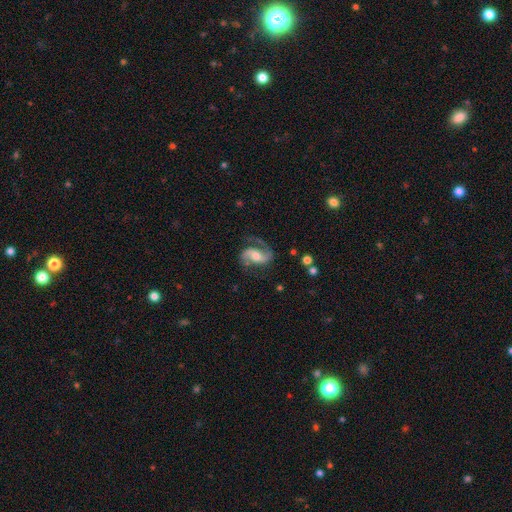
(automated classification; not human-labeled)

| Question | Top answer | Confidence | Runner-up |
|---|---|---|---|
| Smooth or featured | featured or disk | 85% | smooth (9%) |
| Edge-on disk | no | 97% | yes (3%) |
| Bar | weak | 42% | no (39%) |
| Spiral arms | yes | 97% | no (3%) |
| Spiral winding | medium | 49% | loose (37%) |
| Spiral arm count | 2 | 84% | 1 (10%) |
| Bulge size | moderate | 55% | small (24%) |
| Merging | none | 67% | minor disturbance (18%) |